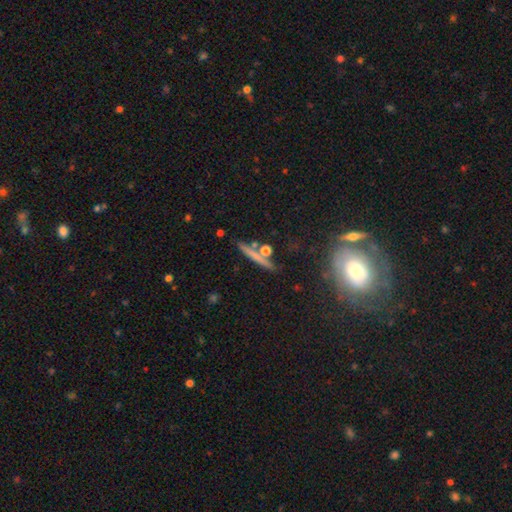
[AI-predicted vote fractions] Morphology: type=smooth (53%); roundness=cigar-shaped (89%); merging=none (79%).